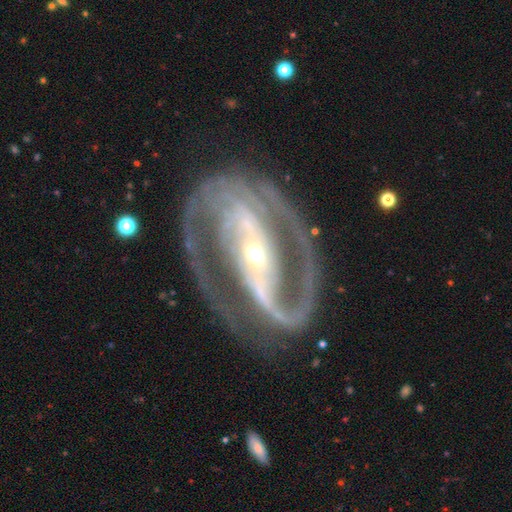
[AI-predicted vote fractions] A featured or disk galaxy (92%) with a strong bar (70%), 2 (88%) medium (49%) spiral arms (96%) and a small central bulge (70%). Merging: none (75%).